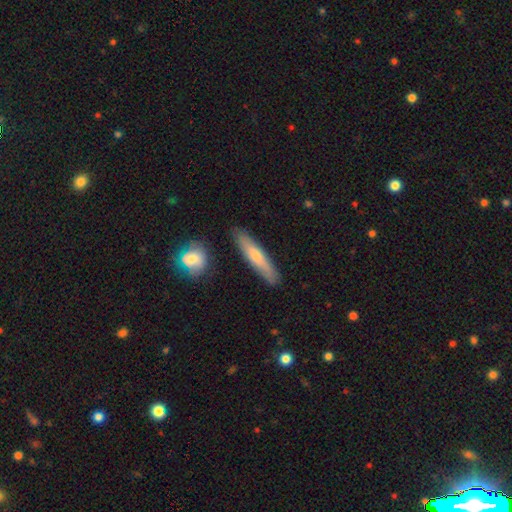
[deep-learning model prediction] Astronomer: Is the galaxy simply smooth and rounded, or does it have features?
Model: smooth — 62%.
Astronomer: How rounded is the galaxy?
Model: cigar-shaped — 87%.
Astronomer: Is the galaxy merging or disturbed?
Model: none — 86%.